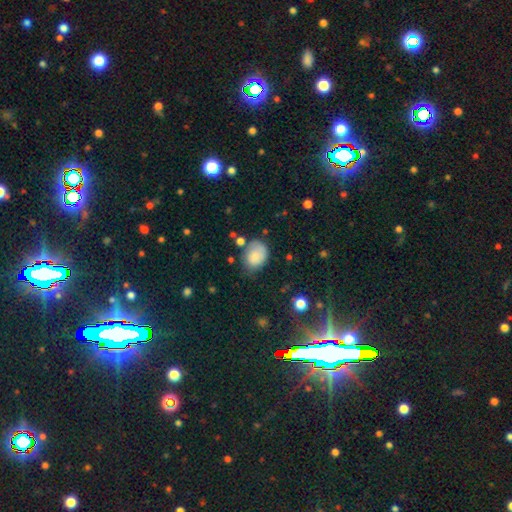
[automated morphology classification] Smooth or featured?
  - smooth: 76% *
  - featured or disk: 15%
  - star or artifact: 9%
How rounded?
  - in between: 62% *
  - round: 37%
  - cigar-shaped: 1%
Merging?
  - none: 54% *
  - minor disturbance: 30%
  - major disturbance: 11%
  - merger: 5%